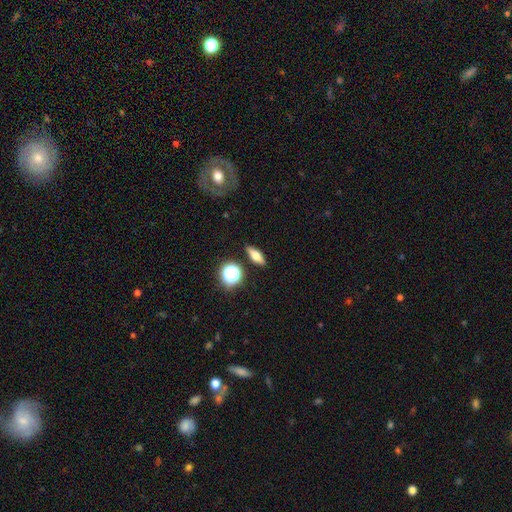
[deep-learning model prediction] smooth 53%, featured or disk 35%, star or artifact 12%. Down the decision tree: how rounded — in between (53%); merging — none (87%).